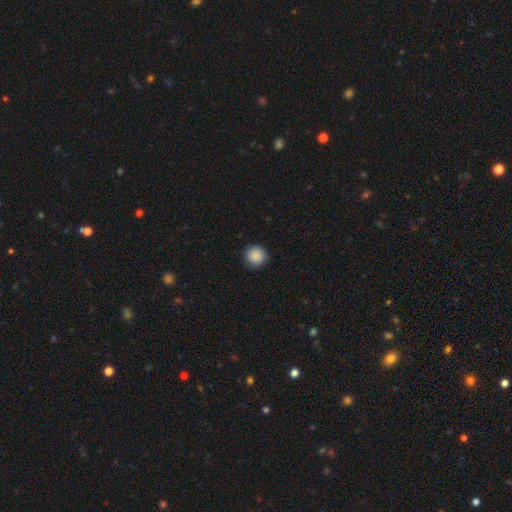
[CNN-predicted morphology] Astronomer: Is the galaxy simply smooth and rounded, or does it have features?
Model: smooth — 89%.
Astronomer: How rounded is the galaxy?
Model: round — 94%.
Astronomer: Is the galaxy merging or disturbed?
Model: none — 89%.